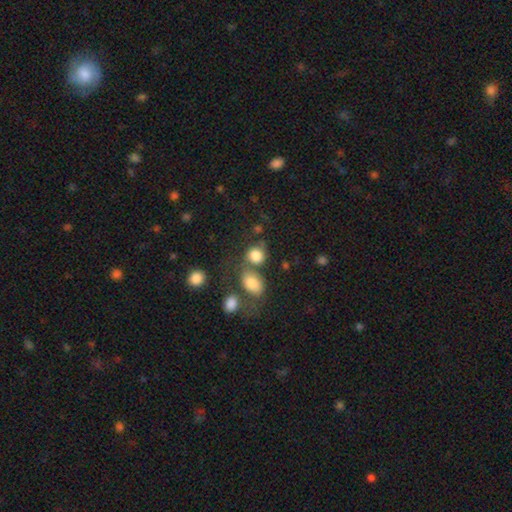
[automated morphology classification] smooth-or-featured: smooth: 82% | star or artifact: 9% | featured or disk: 9%
  how-rounded: round: 67% | in between: 31% | cigar-shaped: 1%
  merging: none: 44% | merger: 33% | minor disturbance: 14% | major disturbance: 9%